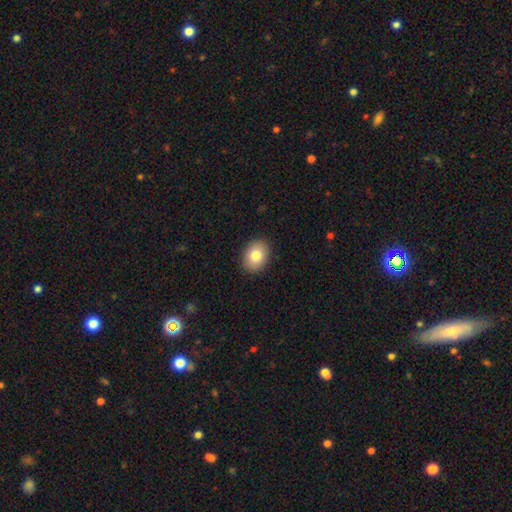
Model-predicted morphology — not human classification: A smooth galaxy with no disk features (82%) that is in between round and cigar-shaped (67%).

Vote fractions:
- Smooth or featured? smooth: 82% / featured or disk: 10% / star or artifact: 8%
- How rounded? in between: 67% / round: 32% / cigar-shaped: 1%
- Merging? none: 90% / minor disturbance: 7% / major disturbance: 2% / merger: 1%